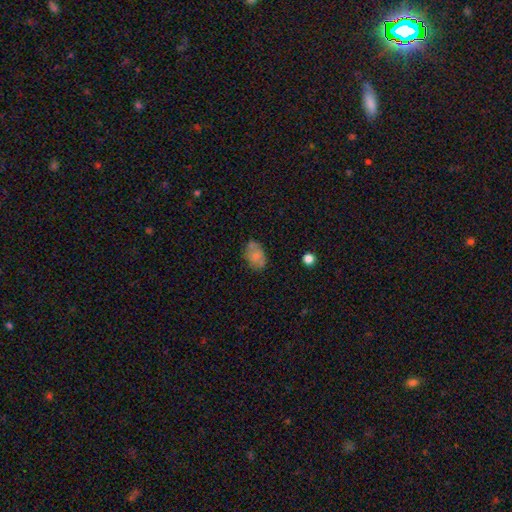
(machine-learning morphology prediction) Smooth or featured? smooth (67%)
How rounded? in between (85%)
Merging? none (71%)